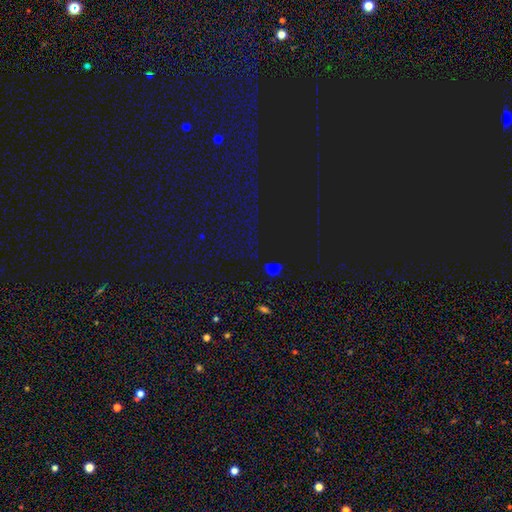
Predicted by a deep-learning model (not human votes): This is possibly a star or artifact rather than a galaxy (57%).